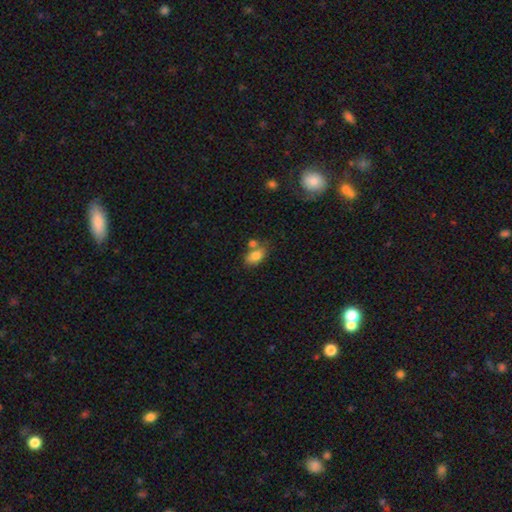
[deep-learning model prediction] The model was most divided on "merging": none: 51%, merger: 28%, minor disturbance: 16%, major disturbance: 5%. More confident: how rounded — in between (87%); smooth or featured — smooth (80%).